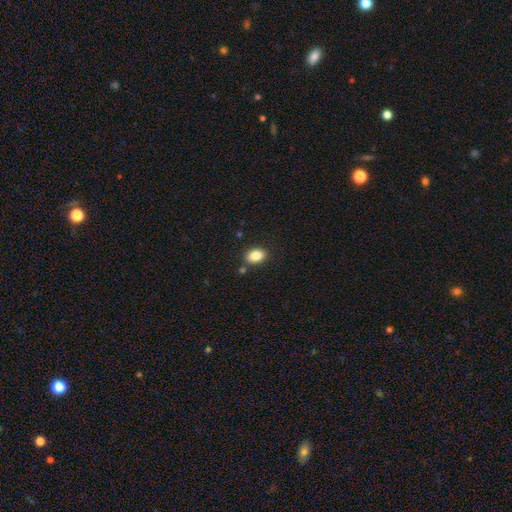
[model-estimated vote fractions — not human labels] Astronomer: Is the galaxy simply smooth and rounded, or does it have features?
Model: smooth — 85%.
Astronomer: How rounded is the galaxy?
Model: in between — 80%.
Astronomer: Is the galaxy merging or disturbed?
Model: none — 81%.